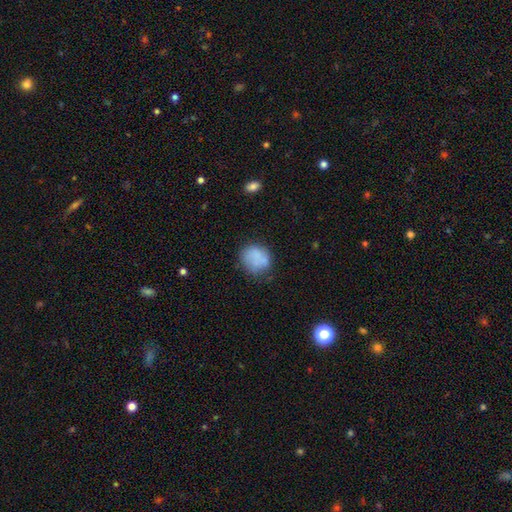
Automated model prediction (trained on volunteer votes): Smooth or featured?
  - smooth: 77% *
  - featured or disk: 14%
  - star or artifact: 9%
How rounded?
  - round: 71% *
  - in between: 28%
  - cigar-shaped: 1%
Merging?
  - none: 58% *
  - minor disturbance: 26%
  - major disturbance: 10%
  - merger: 6%